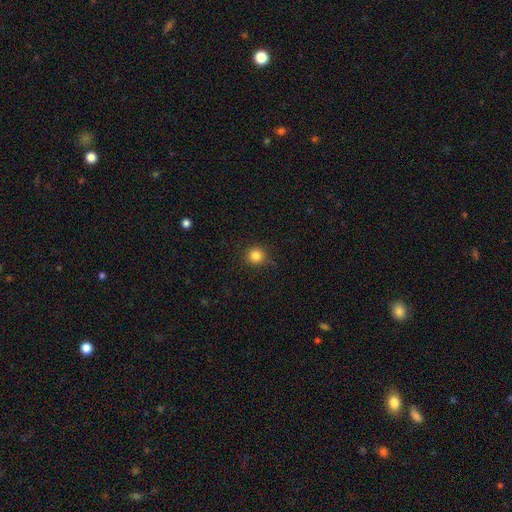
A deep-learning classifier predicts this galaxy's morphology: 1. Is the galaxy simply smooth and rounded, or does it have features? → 84% smooth, 11% star or artifact, 4% featured or disk.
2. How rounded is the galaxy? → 94% round, 5% in between, 1% cigar-shaped.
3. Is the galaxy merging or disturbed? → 86% none, 10% minor disturbance, 3% major disturbance, 1% merger.